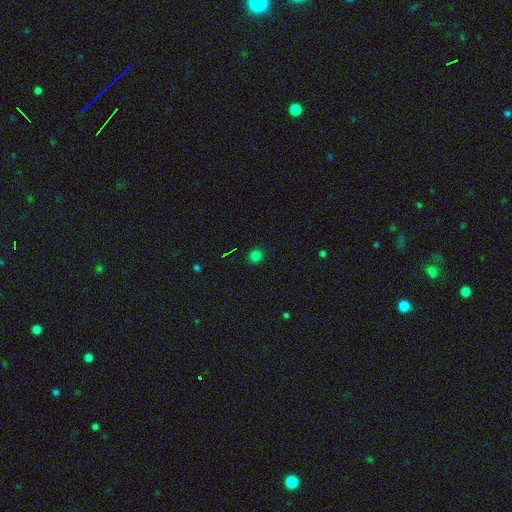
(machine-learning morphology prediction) This is likely a smooth galaxy (79%). How rounded: clearly round (88%). Merging: clearly none (90%).